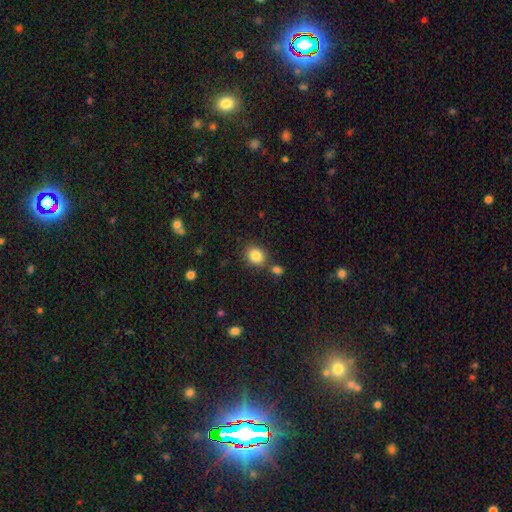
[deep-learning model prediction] Smooth or featured? Predicted: smooth (p=0.84). How rounded? Predicted: round (p=0.68). Merging? Predicted: none (p=0.73).